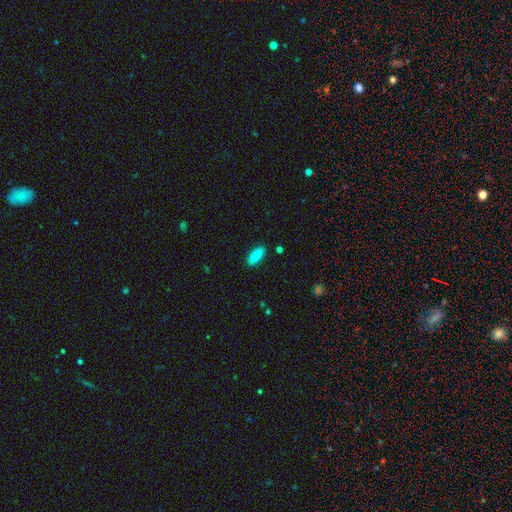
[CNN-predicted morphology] A smooth galaxy with no disk features (87%) that is in between round and cigar-shaped (72%). Merging: none (88%).